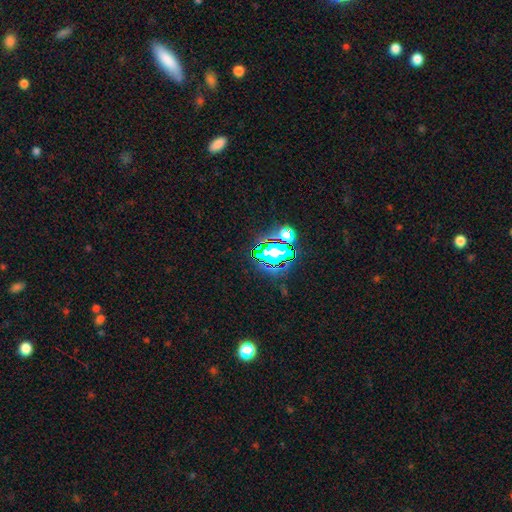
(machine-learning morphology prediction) Smooth or featured? Predicted: star or artifact (p=0.80).